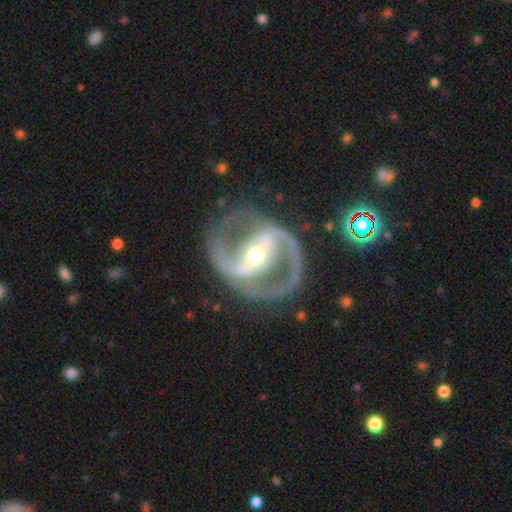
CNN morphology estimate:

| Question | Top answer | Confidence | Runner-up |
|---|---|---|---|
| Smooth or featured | featured or disk | 91% | star or artifact (5%) |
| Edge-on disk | no | 97% | yes (3%) |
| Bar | strong | 65% | weak (22%) |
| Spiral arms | yes | 94% | no (6%) |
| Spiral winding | medium | 58% | tight (25%) |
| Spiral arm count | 2 | 92% | can't tell (3%) |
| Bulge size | moderate | 54% | small (40%) |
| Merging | none | 80% | minor disturbance (11%) |